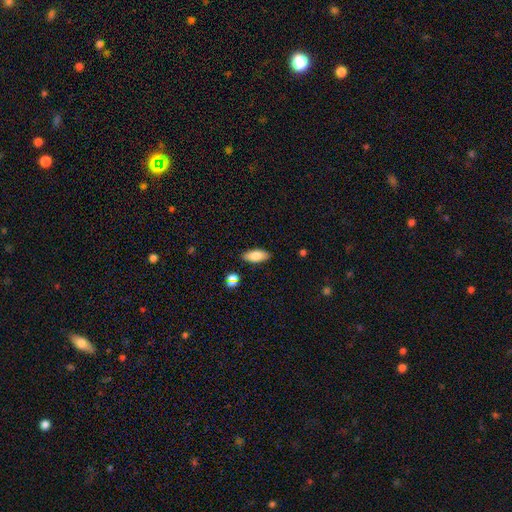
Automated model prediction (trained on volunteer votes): This is clearly a smooth galaxy (82%). How rounded: clearly in between (84%). Merging: clearly none (86%).